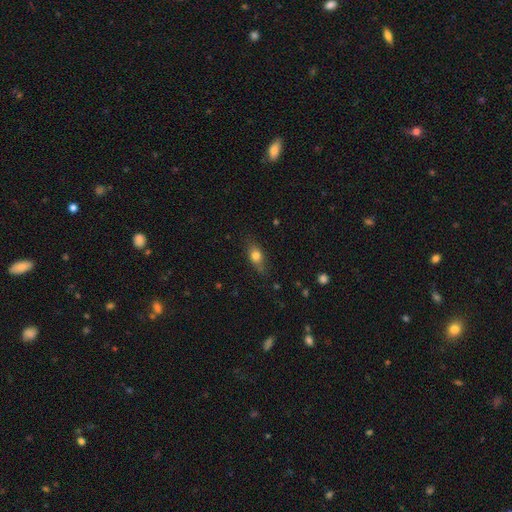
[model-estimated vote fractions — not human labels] The model was most divided on "smooth or featured": smooth: 74%, featured or disk: 18%, star or artifact: 9%. More confident: merging — none (75%); how rounded — in between (74%).